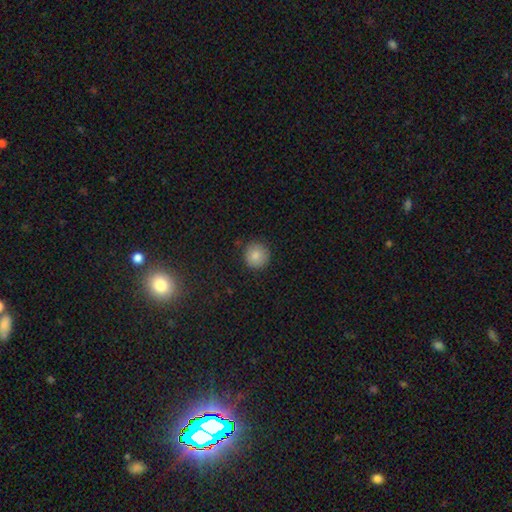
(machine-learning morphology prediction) Smooth or featured: smooth — 84% (star or artifact — 9%)
How rounded: round — 93% (in between — 6%)
Merging: none — 88% (minor disturbance — 9%)